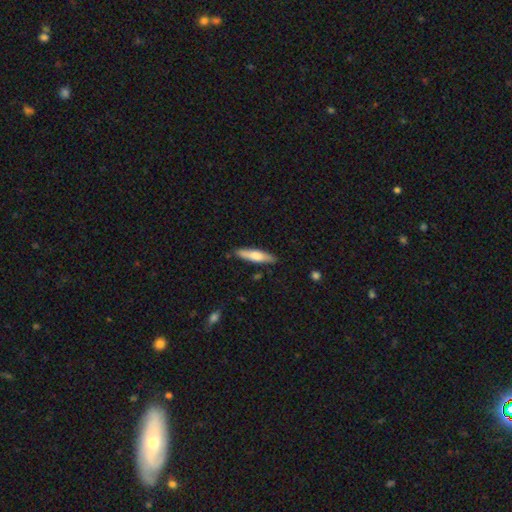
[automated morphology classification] Overall: smooth (63%; featured or disk 32%). How rounded: cigar-shaped (79%). Merging: none (87%).